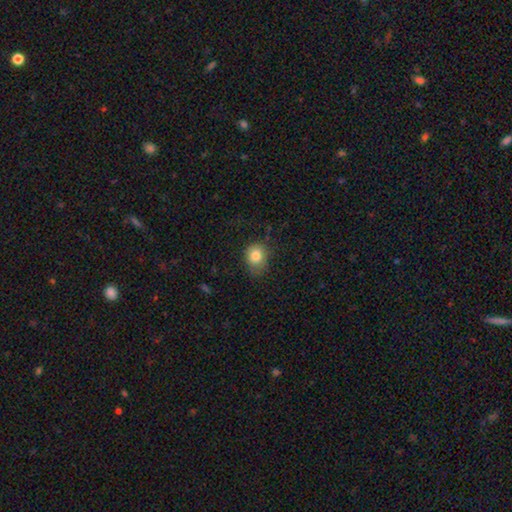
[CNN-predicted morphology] The model was most divided on "how rounded": round: 61%, in between: 38%, cigar-shaped: 1%. More confident: smooth or featured — smooth (83%); merging — none (66%).